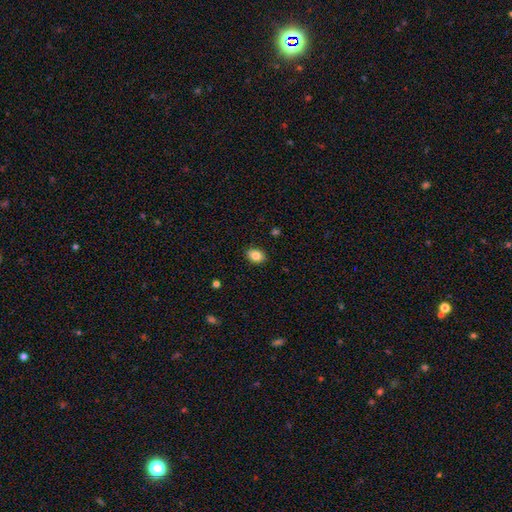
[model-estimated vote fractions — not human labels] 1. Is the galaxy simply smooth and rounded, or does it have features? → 84% smooth, 8% star or artifact, 8% featured or disk.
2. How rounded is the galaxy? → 74% in between, 25% round, 1% cigar-shaped.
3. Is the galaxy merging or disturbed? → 88% none, 9% minor disturbance, 2% major disturbance, 1% merger.